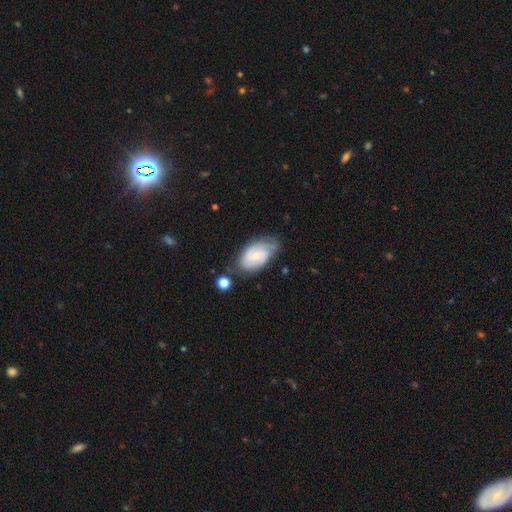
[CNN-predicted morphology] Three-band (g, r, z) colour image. It shows a featured or disk galaxy (74%) with no bar (52%), 2 (54%) tight (53%) spiral arms (93%) and a small central bulge (63%). Merging: none (63%).